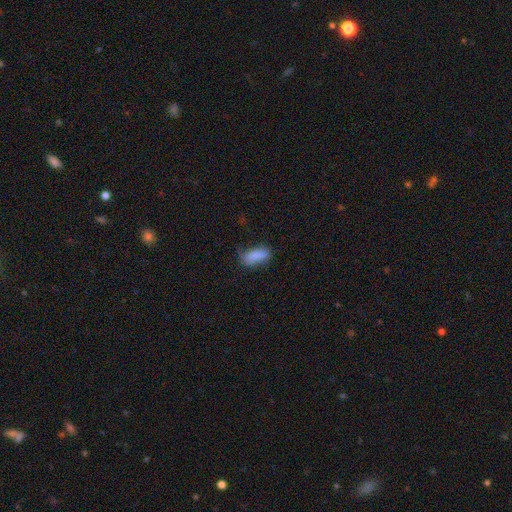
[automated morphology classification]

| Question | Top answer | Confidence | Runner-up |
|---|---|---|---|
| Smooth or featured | smooth | 80% | featured or disk (11%) |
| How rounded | in between | 81% | cigar-shaped (16%) |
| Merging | none | 45% | minor disturbance (34%) |